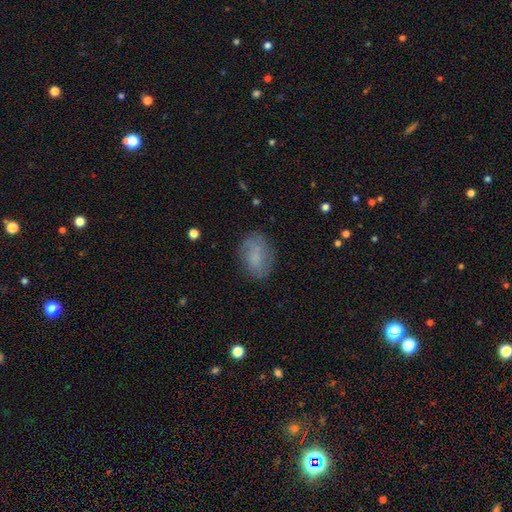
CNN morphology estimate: type=smooth (68%); roundness=in between (83%); merging=none (75%).